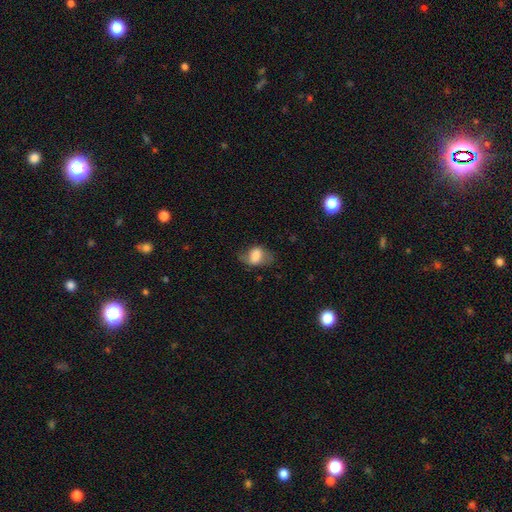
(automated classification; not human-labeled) A smooth galaxy with no disk features (68%) that is in between round and cigar-shaped (77%).

Vote fractions:
- Smooth or featured? smooth: 68% / featured or disk: 24% / star or artifact: 9%
- How rounded? in between: 77% / round: 21% / cigar-shaped: 2%
- Merging? none: 48% / minor disturbance: 30% / major disturbance: 20% / merger: 2%